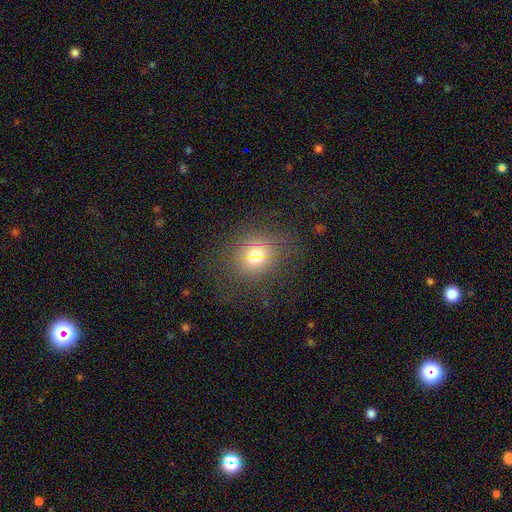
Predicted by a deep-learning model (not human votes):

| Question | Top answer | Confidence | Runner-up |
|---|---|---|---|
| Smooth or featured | smooth | 66% | star or artifact (20%) |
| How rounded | round | 75% | in between (23%) |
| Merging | none | 77% | minor disturbance (13%) |